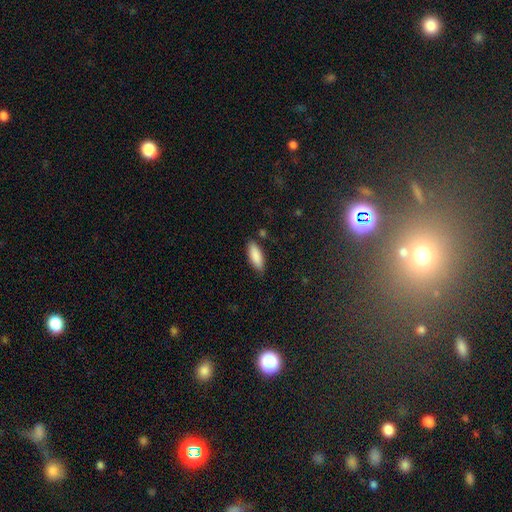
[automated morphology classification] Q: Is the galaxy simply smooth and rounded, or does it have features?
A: smooth — 87%.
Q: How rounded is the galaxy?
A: in between — 67%.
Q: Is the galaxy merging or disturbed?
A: none — 83%.